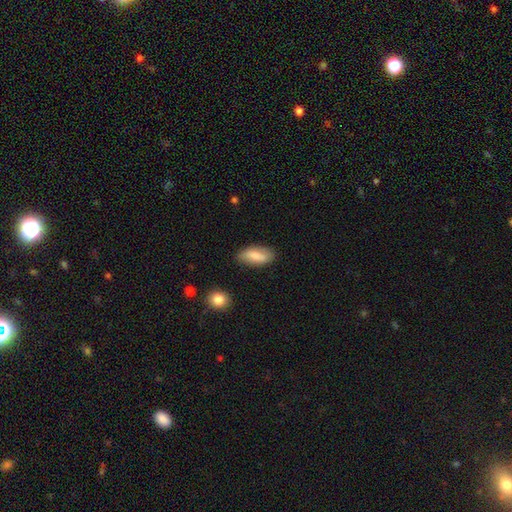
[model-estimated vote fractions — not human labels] smooth-or-featured: smooth: 78% | featured or disk: 16% | star or artifact: 6%
  how-rounded: in between: 84% | cigar-shaped: 14% | round: 2%
  merging: none: 79% | minor disturbance: 16% | major disturbance: 3% | merger: 2%